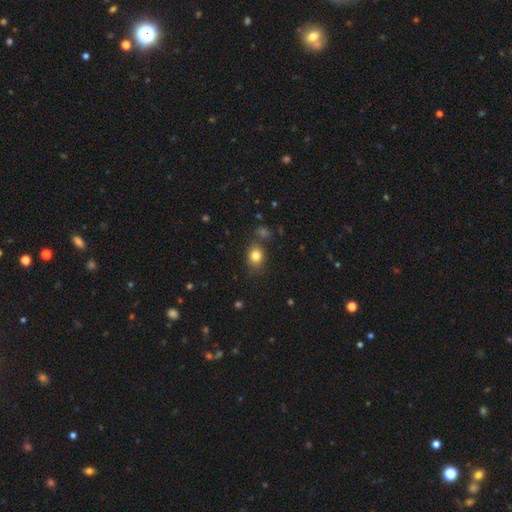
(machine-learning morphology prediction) Q: Smooth or featured?
A: smooth (81%); runner-up: star or artifact (11%)
Q: How rounded?
A: in between (50%); runner-up: round (49%)
Q: Merging?
A: none (74%); runner-up: minor disturbance (15%)